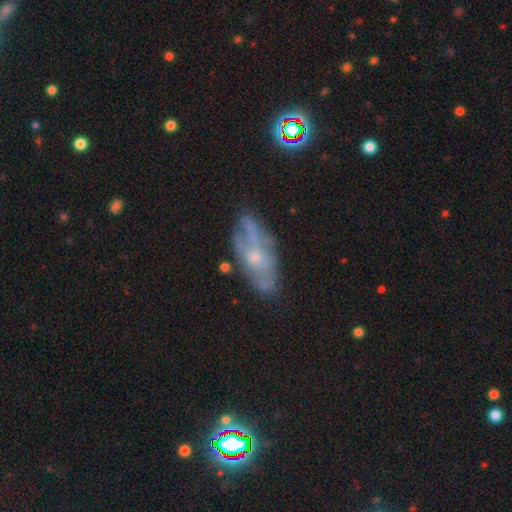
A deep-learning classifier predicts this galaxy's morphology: type=featured or disk (62%); edge-on=no (82%); bar=no (80%); spiral arms=no (50%, tied with yes); bulge=small (53%); merging=none (61%).